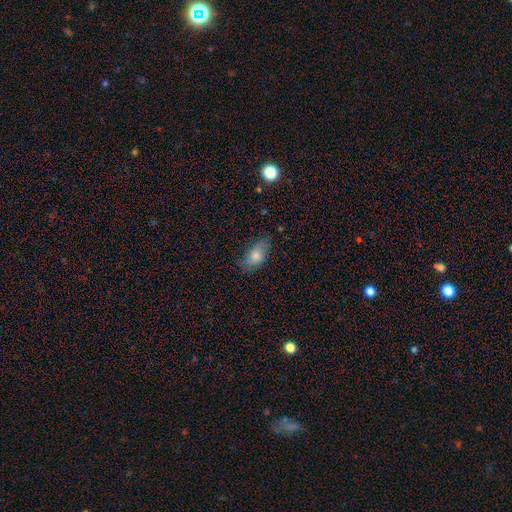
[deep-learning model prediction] A smooth galaxy with no disk features (70%) that is in between round and cigar-shaped (86%).

Vote fractions:
- Smooth or featured? smooth: 70% / featured or disk: 21% / star or artifact: 9%
- How rounded? in between: 86% / cigar-shaped: 7% / round: 6%
- Merging? none: 70% / minor disturbance: 23% / major disturbance: 6% / merger: 1%